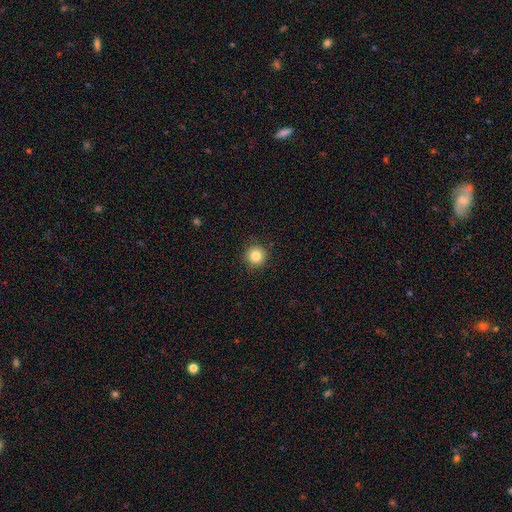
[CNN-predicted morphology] smooth 84%, star or artifact 11%, featured or disk 6%. Down the decision tree: how rounded — round (95%); merging — none (91%).